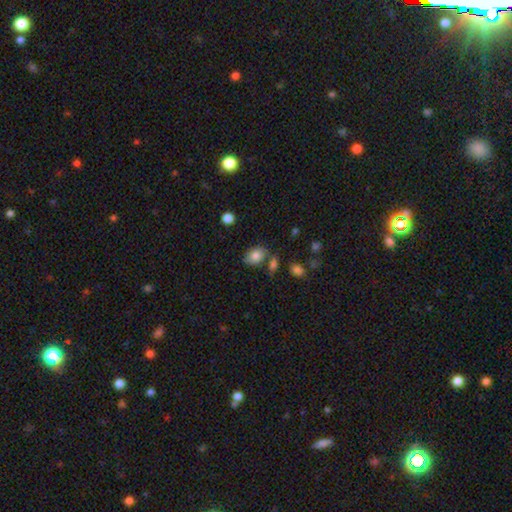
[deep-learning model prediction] The model was most divided on "merging": none: 64%, minor disturbance: 18%, merger: 13%, major disturbance: 5%. More confident: smooth or featured — smooth (82%); how rounded — in between (77%).